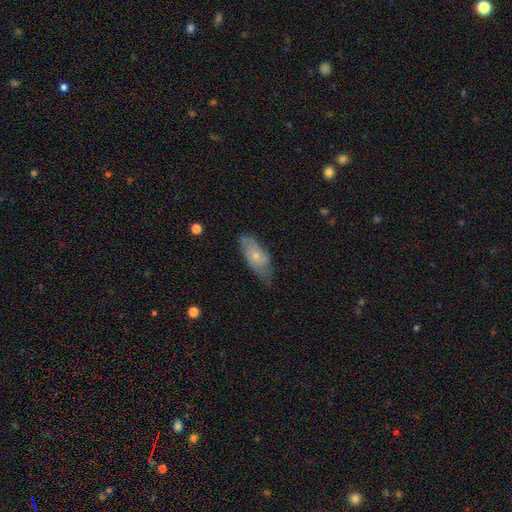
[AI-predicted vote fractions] Smooth or featured? smooth (59%)
How rounded? in between (78%)
Merging? none (56%)